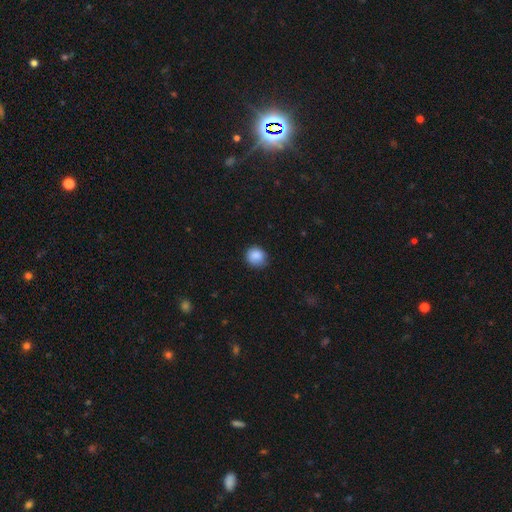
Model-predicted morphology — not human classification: smooth-or-featured: smooth: 87% | star or artifact: 8% | featured or disk: 4%
  how-rounded: round: 83% | in between: 16% | cigar-shaped: 1%
  merging: none: 79% | minor disturbance: 17% | major disturbance: 3% | merger: 1%